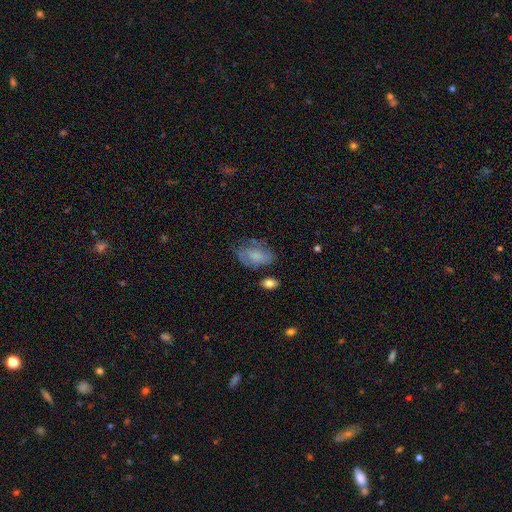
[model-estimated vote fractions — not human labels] Smooth or featured?
  - smooth: 53% *
  - featured or disk: 37%
  - star or artifact: 10%
How rounded?
  - in between: 84% *
  - round: 14%
  - cigar-shaped: 2%
Merging?
  - none: 48% *
  - minor disturbance: 28%
  - major disturbance: 19%
  - merger: 5%